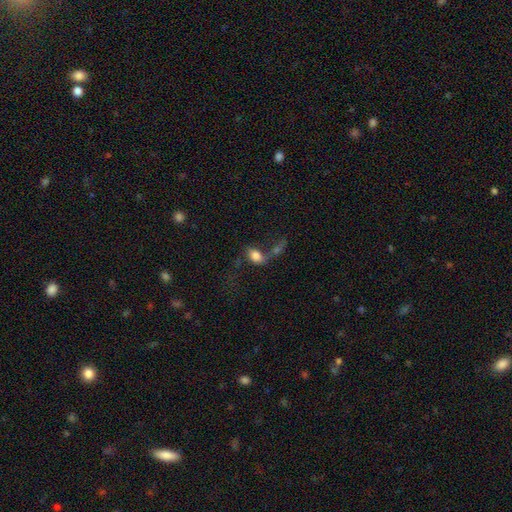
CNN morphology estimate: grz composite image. It shows a smooth galaxy with no disk features (69%) that is in between round and cigar-shaped (82%). Merging: merger (46%).